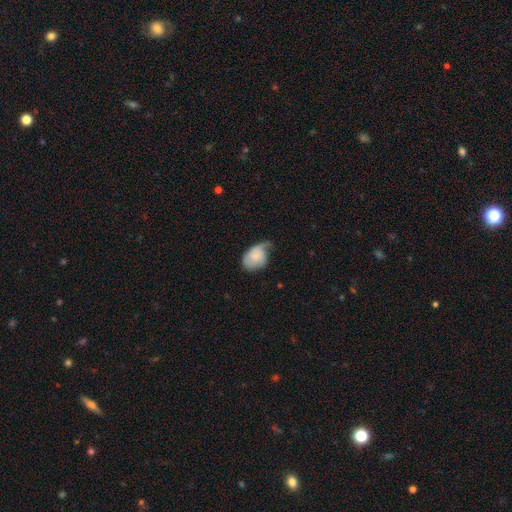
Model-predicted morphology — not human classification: The model was most divided on "merging": minor disturbance: 44%, major disturbance: 29%, none: 24%, merger: 2%. More confident: how rounded — in between (73%); smooth or featured — smooth (63%).